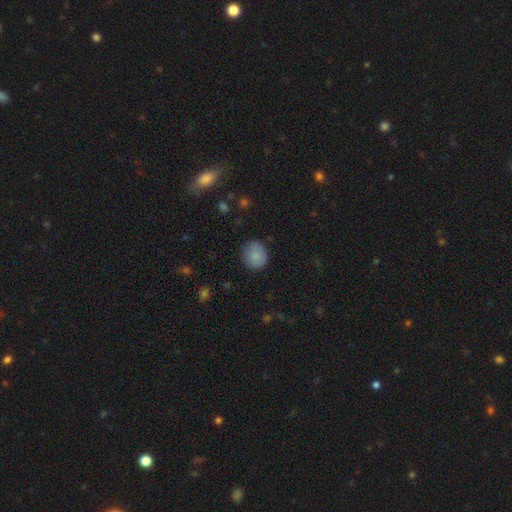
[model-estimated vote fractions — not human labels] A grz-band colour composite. It shows a smooth galaxy with no disk features (87%) that is round (78%). Merging: none (83%).